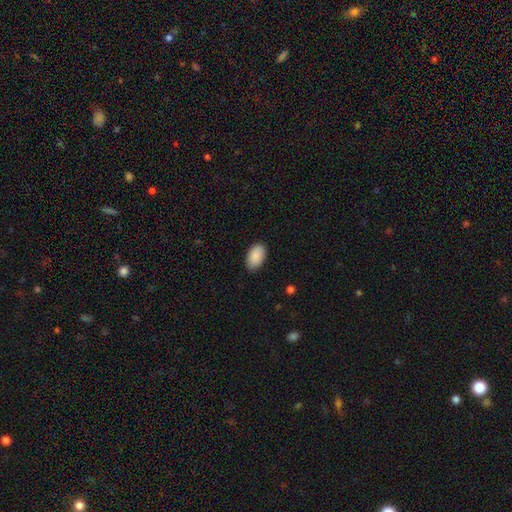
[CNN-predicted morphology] Smooth or featured: smooth — 90% (star or artifact — 6%)
How rounded: in between — 94% (round — 4%)
Merging: none — 84% (minor disturbance — 13%)